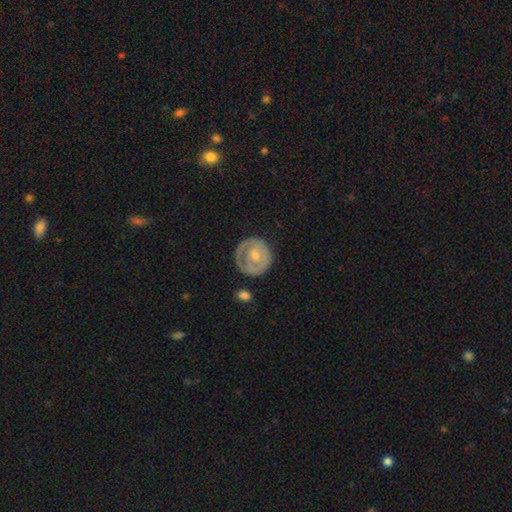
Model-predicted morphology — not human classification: A featured or disk galaxy (55%) with no bar (75%), no spiral arms (57%) and a moderate central bulge (50%). Merging: none (69%).